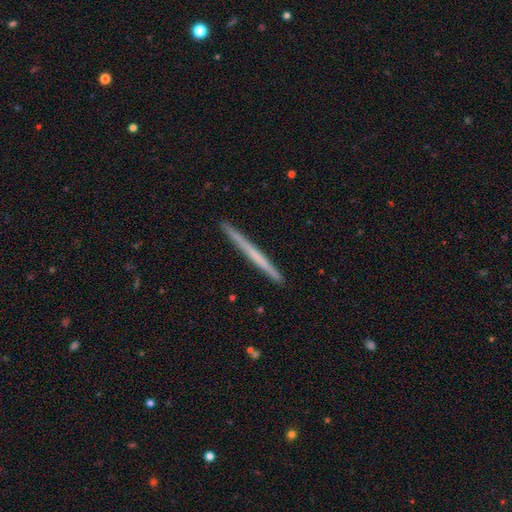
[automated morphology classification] The model was most divided on "smooth or featured": featured or disk: 48%, smooth: 47%, star or artifact: 5%. More confident: merging — none (93%).